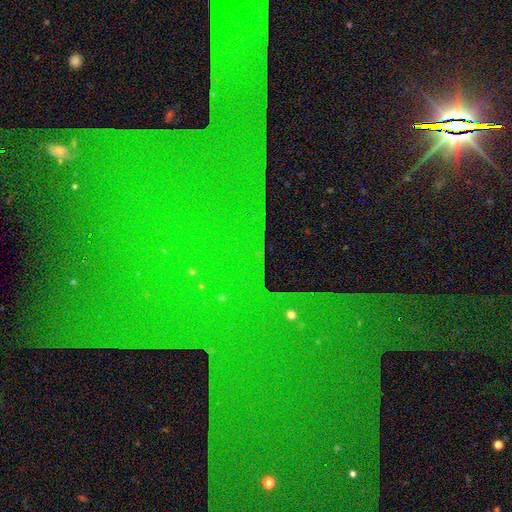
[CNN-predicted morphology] A star or artifact, not a galaxy (84%).

Vote fractions:
- Smooth or featured? star or artifact: 84% / featured or disk: 9% / smooth: 7%